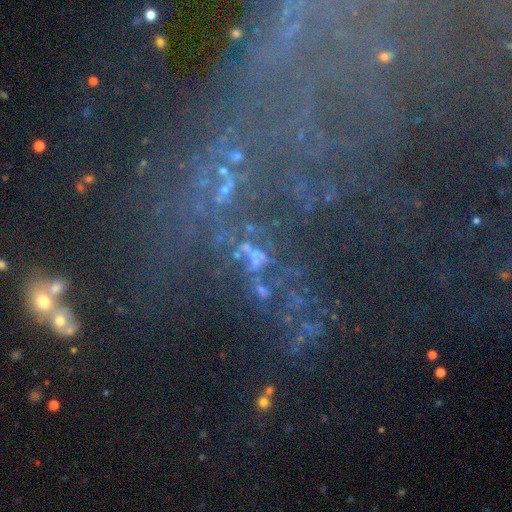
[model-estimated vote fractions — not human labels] Overall: star or artifact (43%; featured or disk 39%).